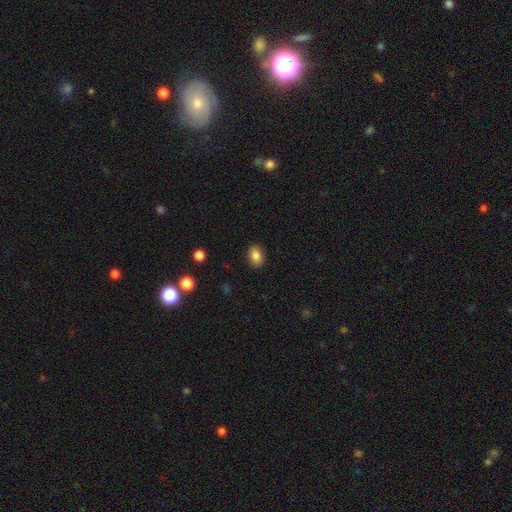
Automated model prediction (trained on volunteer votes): The model was most divided on "how rounded": in between: 85%, round: 14%, cigar-shaped: 2%. More confident: merging — none (88%); smooth or featured — smooth (86%).